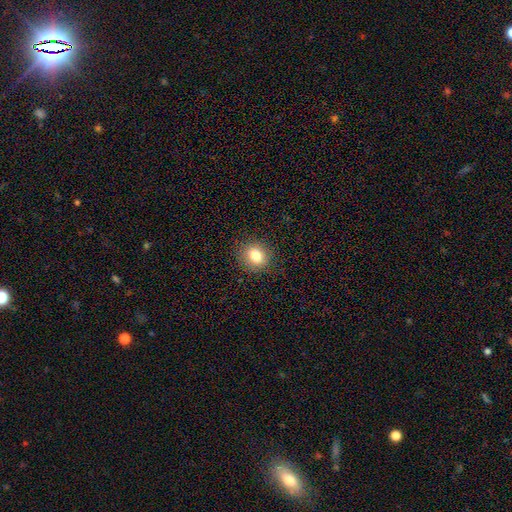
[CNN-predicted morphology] This is clearly a smooth galaxy (81%). How rounded: likely round (75%). Merging: clearly none (89%).